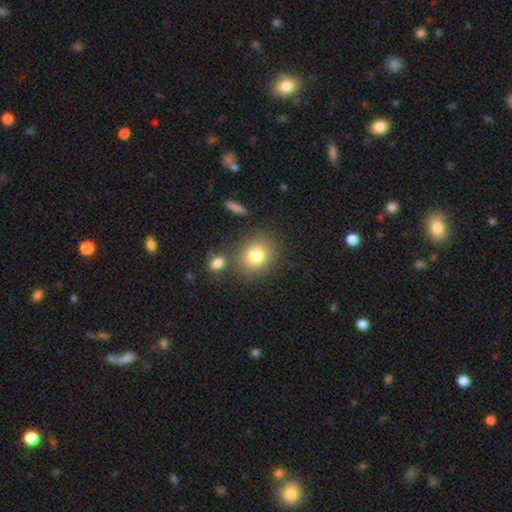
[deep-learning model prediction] smooth_or_featured: smooth (p=0.79) [alt: star or artifact p=0.11]
how_rounded: round (p=0.71) [alt: in between p=0.28]
merging: none (p=0.75) [alt: merger p=0.11]